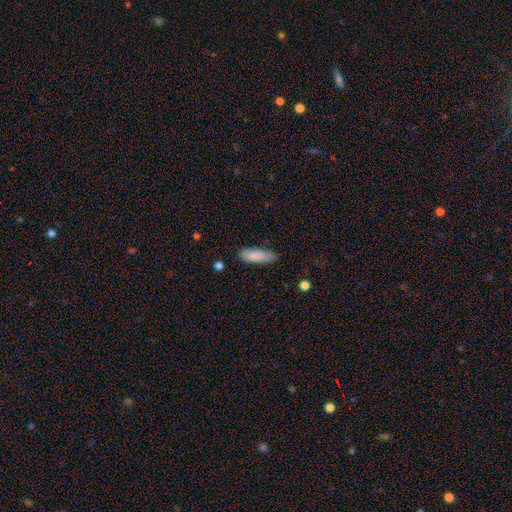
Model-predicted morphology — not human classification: Smooth or featured: smooth — 86% (featured or disk — 7%)
How rounded: in between — 61% (cigar-shaped — 38%)
Merging: none — 74% (minor disturbance — 20%)